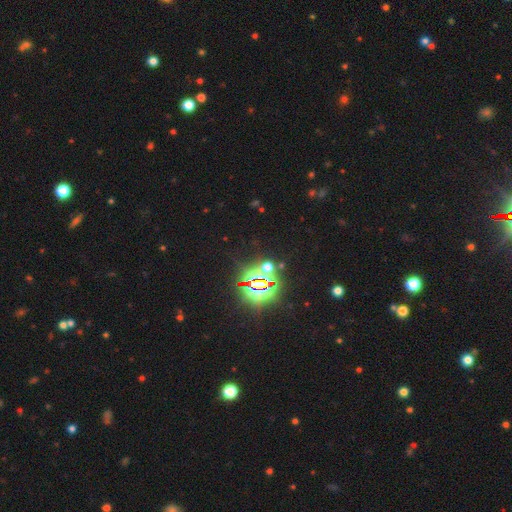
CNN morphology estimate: Smooth or featured?
  - star or artifact: 84% *
  - smooth: 9%
  - featured or disk: 7%